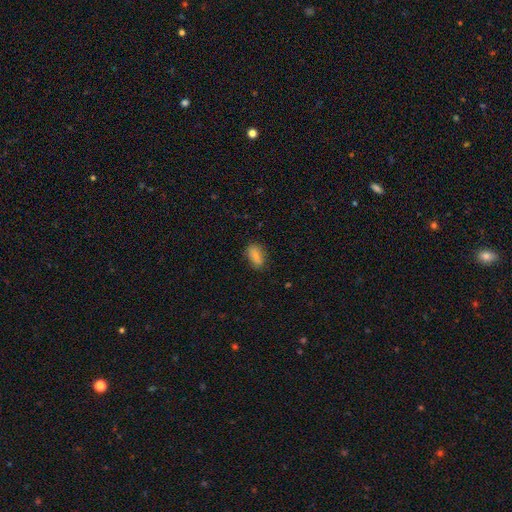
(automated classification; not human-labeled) A smooth galaxy with no disk features (80%) that is in between round and cigar-shaped (89%). Merging: none (79%).